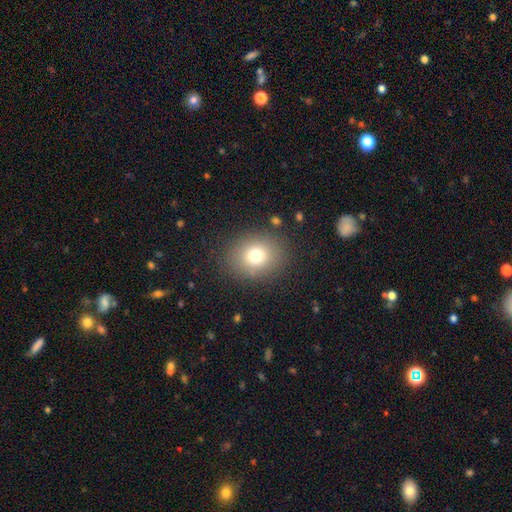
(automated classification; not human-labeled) Q: Smooth or featured?
A: smooth (76%); runner-up: star or artifact (13%)
Q: How rounded?
A: round (63%); runner-up: in between (36%)
Q: Merging?
A: none (85%); runner-up: minor disturbance (9%)